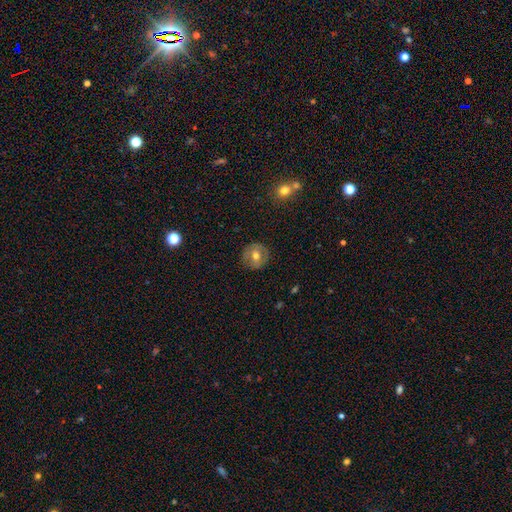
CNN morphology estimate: type=smooth (56%); roundness=round (90%); merging=none (86%).